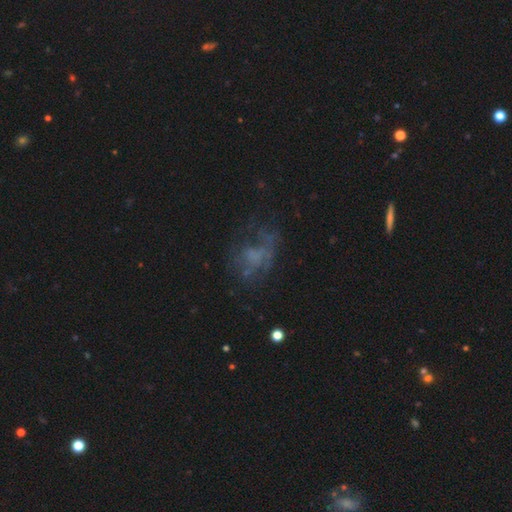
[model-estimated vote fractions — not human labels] Morphology: type=featured or disk (46%); merging=none (45%).